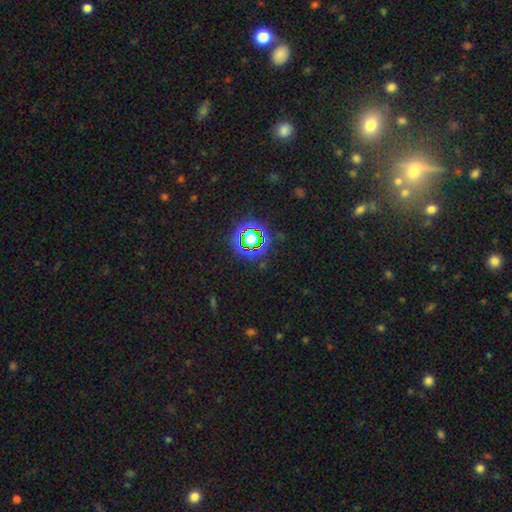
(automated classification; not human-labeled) Smooth or featured?
  - star or artifact: 74% *
  - smooth: 17%
  - featured or disk: 9%